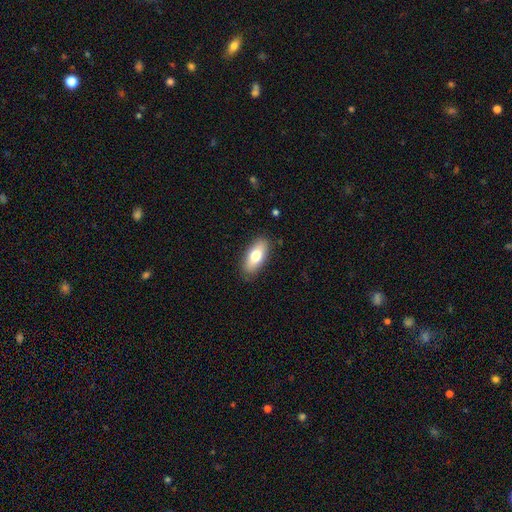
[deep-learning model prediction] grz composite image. It shows a smooth galaxy with no disk features (73%) that is in between round and cigar-shaped (85%). Merging: none (86%).